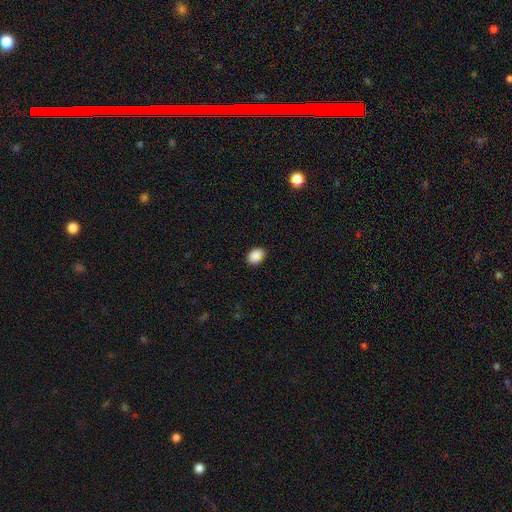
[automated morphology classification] Smooth or featured? smooth (88%)
How rounded? in between (63%)
Merging? none (78%)